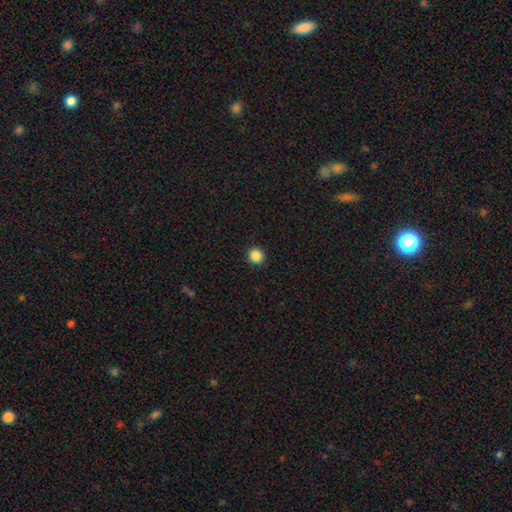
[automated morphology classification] This is clearly a smooth galaxy (87%). How rounded: clearly round (92%). Merging: clearly none (92%).